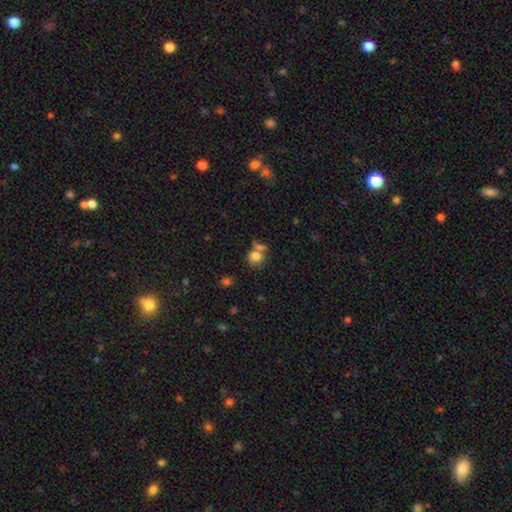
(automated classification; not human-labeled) smooth_or_featured: smooth (p=0.77) [alt: featured or disk p=0.12]
how_rounded: round (p=0.66) [alt: in between p=0.32]
merging: none (p=0.44) [alt: merger p=0.37]